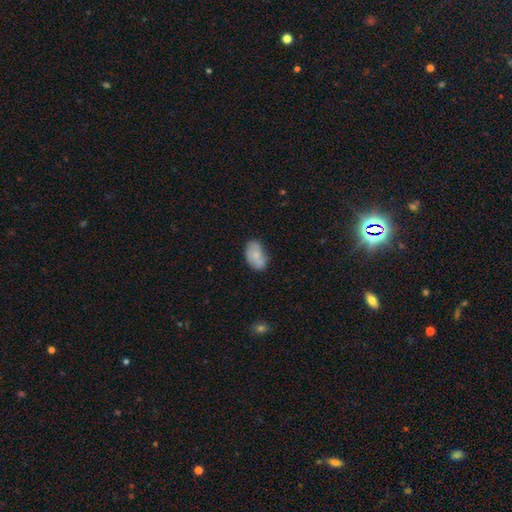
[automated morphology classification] Smooth or featured?
  - smooth: 71% *
  - featured or disk: 22%
  - star or artifact: 7%
How rounded?
  - in between: 91% *
  - round: 8%
  - cigar-shaped: 1%
Merging?
  - none: 66% *
  - minor disturbance: 26%
  - major disturbance: 5%
  - merger: 3%